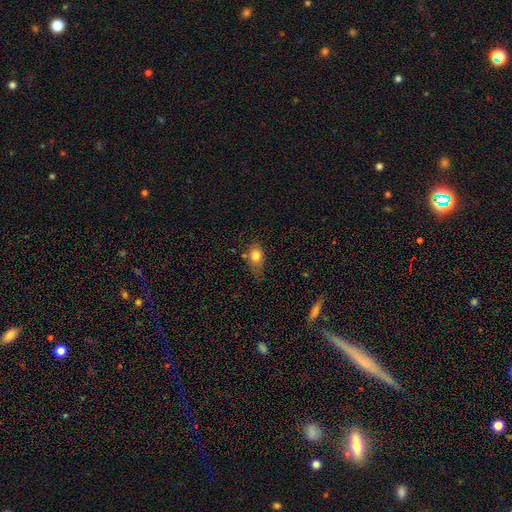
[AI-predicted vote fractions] Q: Smooth or featured?
A: smooth (79%); runner-up: featured or disk (12%)
Q: How rounded?
A: in between (72%); runner-up: round (25%)
Q: Merging?
A: none (57%); runner-up: minor disturbance (29%)